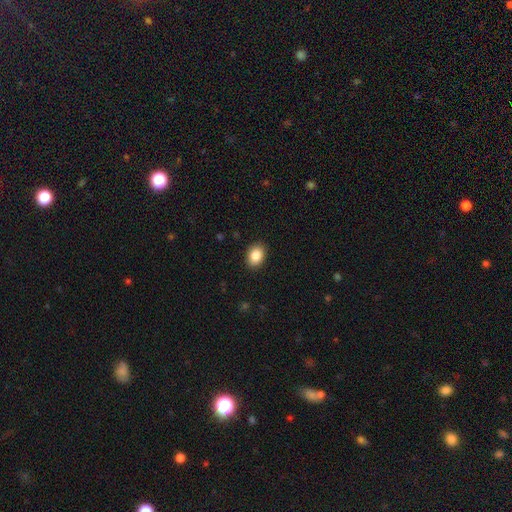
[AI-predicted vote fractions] The model was most divided on "how rounded": in between: 67%, round: 32%, cigar-shaped: 1%. More confident: merging — none (90%); smooth or featured — smooth (87%).